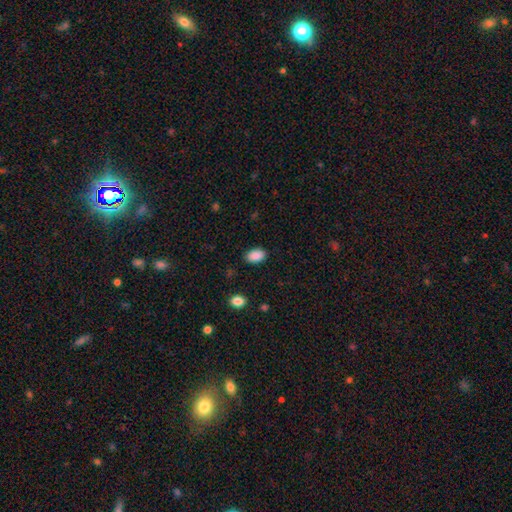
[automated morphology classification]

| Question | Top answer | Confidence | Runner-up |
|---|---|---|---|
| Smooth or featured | smooth | 89% | star or artifact (8%) |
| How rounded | in between | 91% | round (8%) |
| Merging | none | 86% | minor disturbance (10%) |